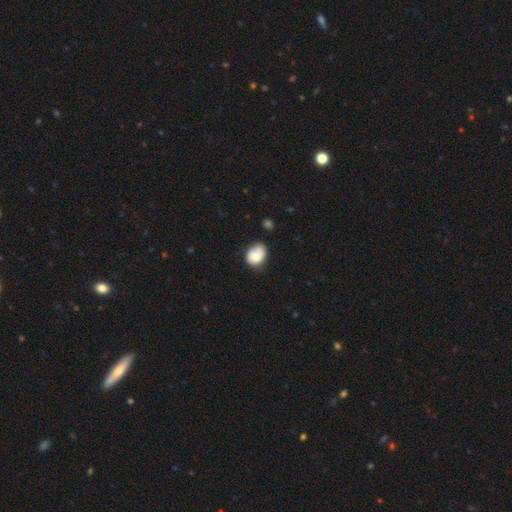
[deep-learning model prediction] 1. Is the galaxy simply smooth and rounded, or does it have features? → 80% smooth, 12% featured or disk, 8% star or artifact.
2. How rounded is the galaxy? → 54% in between, 45% round, 1% cigar-shaped.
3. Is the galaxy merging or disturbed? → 56% none, 33% minor disturbance, 7% major disturbance, 4% merger.